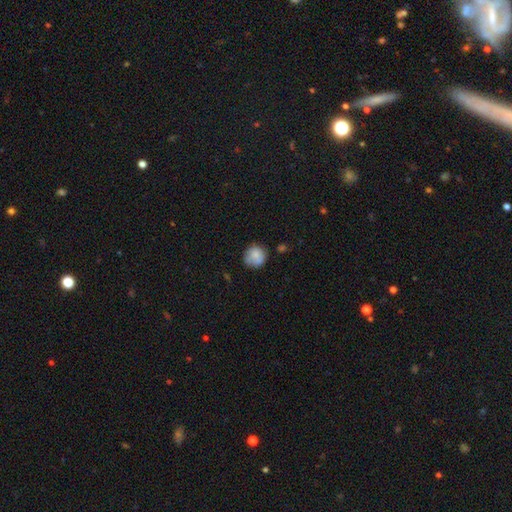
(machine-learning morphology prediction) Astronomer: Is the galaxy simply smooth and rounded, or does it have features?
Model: smooth — 75%.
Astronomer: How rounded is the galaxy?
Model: round — 87%.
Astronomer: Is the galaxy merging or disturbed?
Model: none — 62%.